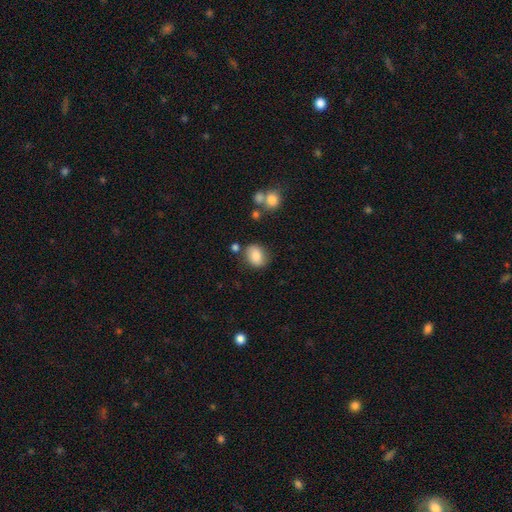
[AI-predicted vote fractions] Overall: smooth (83%). How rounded: in between (52%; round 47%). Merging: none (74%).